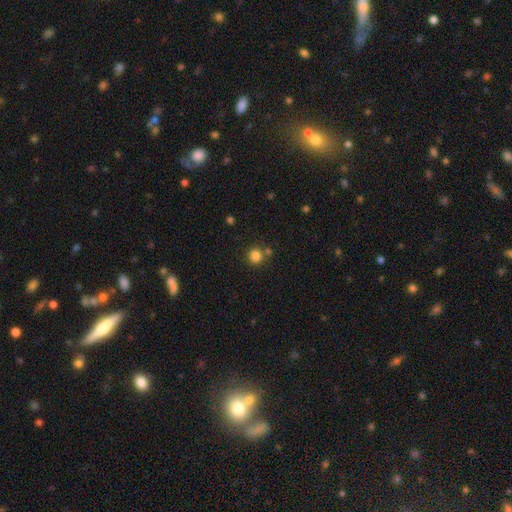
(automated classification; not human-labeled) Morphology: type=smooth (82%); roundness=round (92%); merging=none (73%).